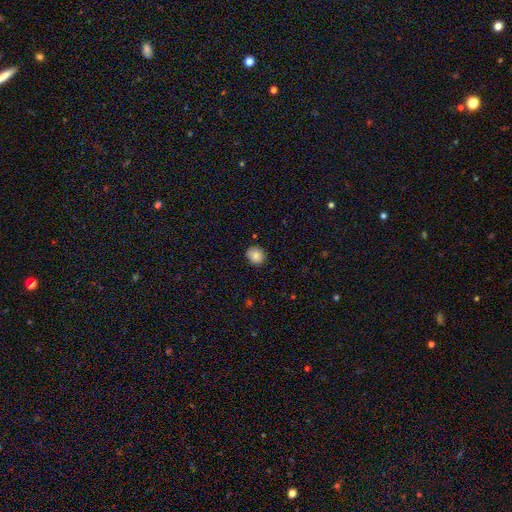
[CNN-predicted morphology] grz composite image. It shows a smooth galaxy with no disk features (85%) that is round (83%). Merging: none (86%).